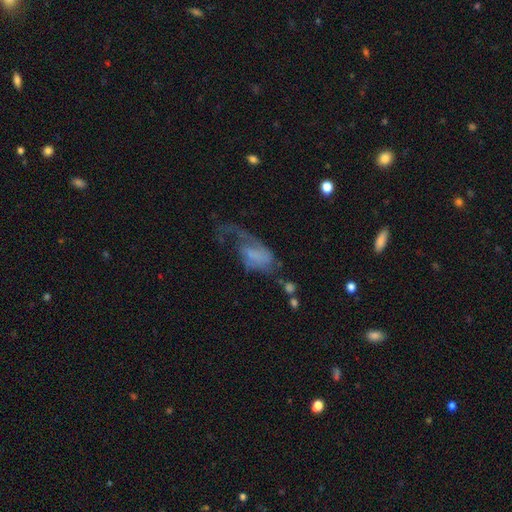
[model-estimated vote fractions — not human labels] Overall: featured or disk (64%; smooth 26%). Edge-on disk: no (96%). Bar: no (55%; weak 34%). Spiral arms: yes (80%). Bulge size: none (57%; small 23%). Merging: major disturbance (46%; none 29%).